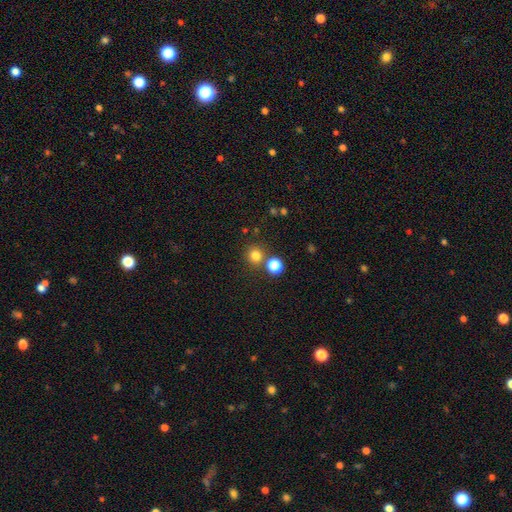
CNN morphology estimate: A smooth galaxy with no disk features (78%) that is round (91%).

Vote fractions:
- Smooth or featured? smooth: 78% / star or artifact: 17% / featured or disk: 5%
- How rounded? round: 91% / in between: 8% / cigar-shaped: 1%
- Merging? none: 76% / merger: 14% / minor disturbance: 7% / major disturbance: 3%